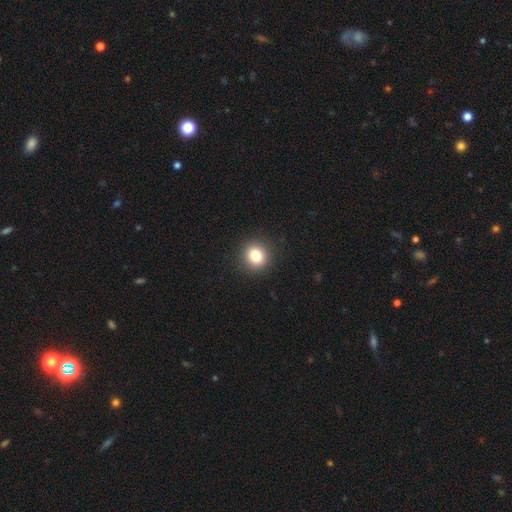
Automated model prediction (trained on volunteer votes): smooth-or-featured: smooth: 81% | star or artifact: 12% | featured or disk: 7%
  how-rounded: round: 88% | in between: 11% | cigar-shaped: 1%
  merging: none: 92% | minor disturbance: 5% | major disturbance: 2% | merger: 1%